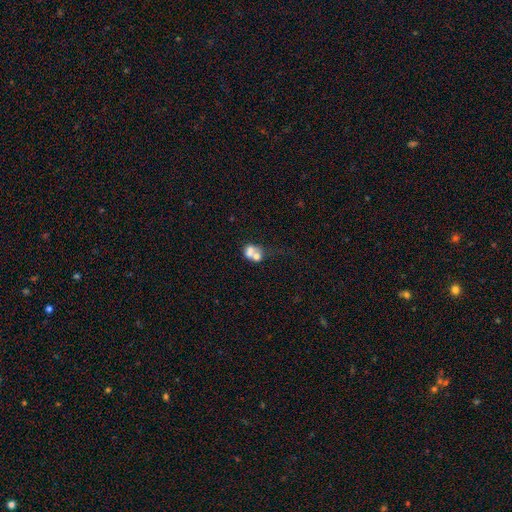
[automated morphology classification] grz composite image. It shows a smooth galaxy with no disk features (59%) that is round (57%). Merging: merger (63%).